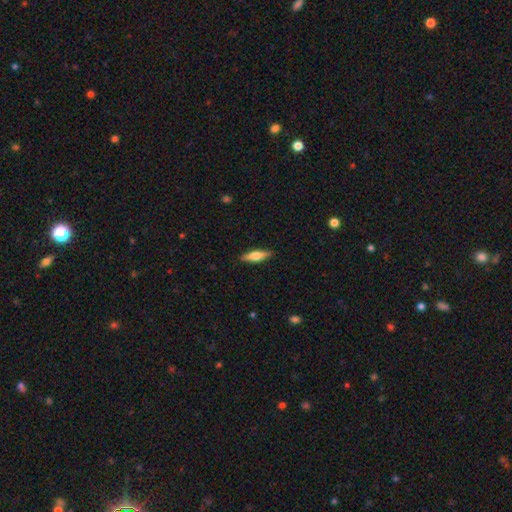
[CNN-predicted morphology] Q: Smooth or featured?
A: smooth (67%); runner-up: featured or disk (28%)
Q: How rounded?
A: cigar-shaped (56%); runner-up: in between (42%)
Q: Merging?
A: none (88%); runner-up: minor disturbance (9%)